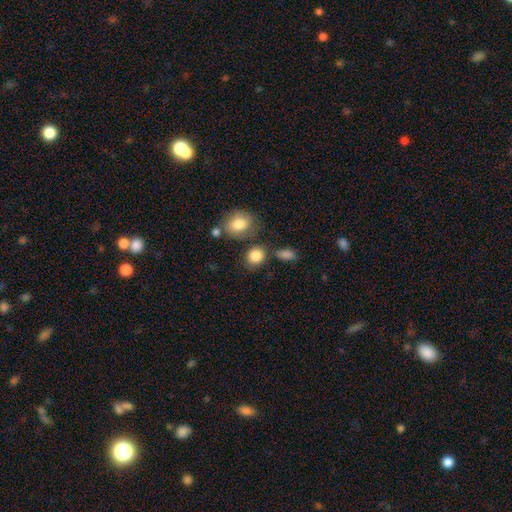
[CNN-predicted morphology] This appears to be a smooth galaxy with no disk features (85%) that is round (62%). Merging: none (69%).